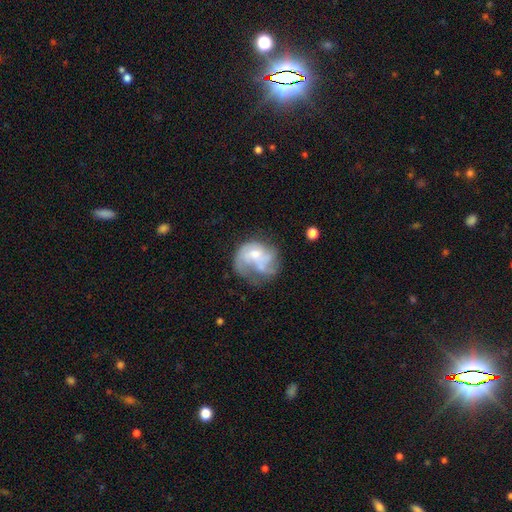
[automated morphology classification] Smooth or featured: featured or disk — 59% (smooth — 32%)
Edge-on disk: no — 98% (yes — 2%)
Bar: no — 77% (weak — 20%)
Spiral arms: yes — 56% (no — 44%)
Bulge size: moderate — 41% (small — 38%)
Merging: major disturbance — 35% (none — 32%)